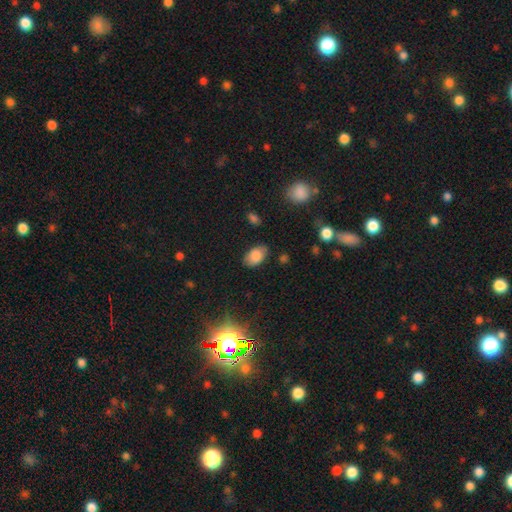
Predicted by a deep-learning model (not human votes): smooth 82%, featured or disk 10%, star or artifact 8%. Down the decision tree: how rounded — in between (92%); merging — none (82%).